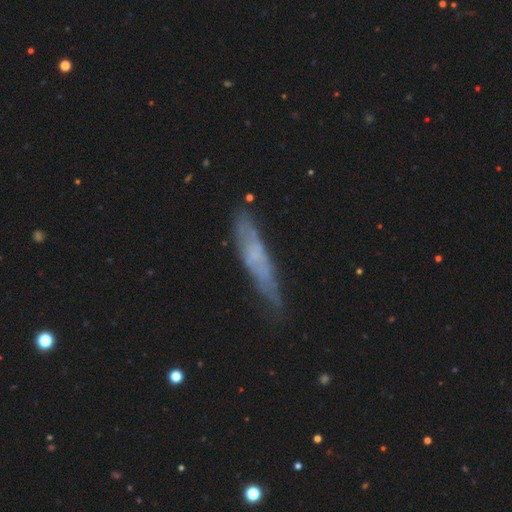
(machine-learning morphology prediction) Smooth or featured? featured or disk (47%)
Merging? none (67%)